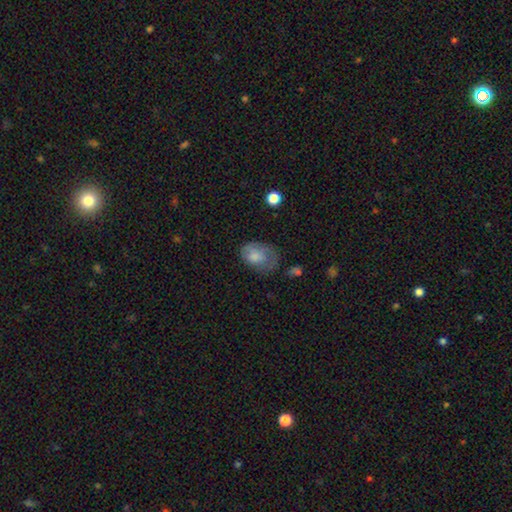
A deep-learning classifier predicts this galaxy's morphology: A smooth galaxy with no disk features (73%) that is in between round and cigar-shaped (78%). Merging: none (38%).